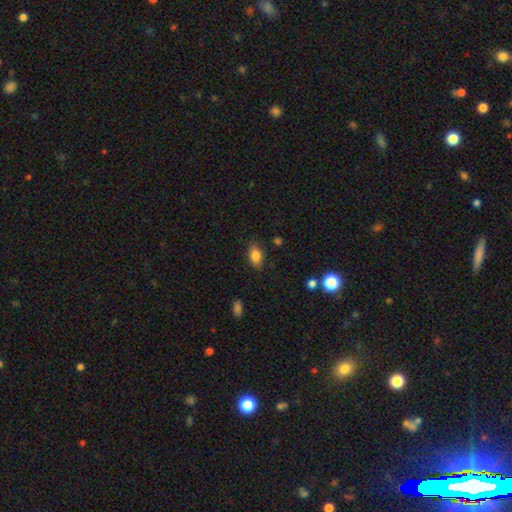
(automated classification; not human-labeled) A smooth galaxy with no disk features (84%) that is in between round and cigar-shaped (85%). Merging: none (83%).